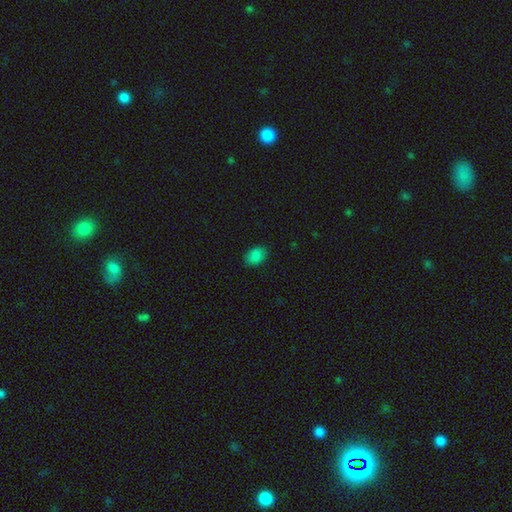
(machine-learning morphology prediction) This appears to be a smooth galaxy with no disk features (85%) that is in between round and cigar-shaped (81%). Merging: none (85%).